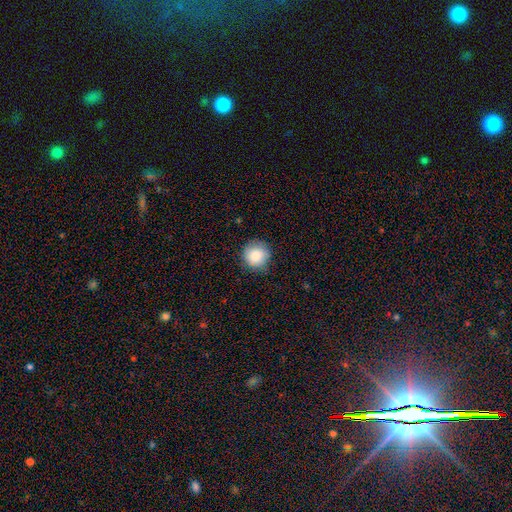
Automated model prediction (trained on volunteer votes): Smooth or featured? Predicted: smooth (p=0.85). How rounded? Predicted: round (p=0.93). Merging? Predicted: none (p=0.83).